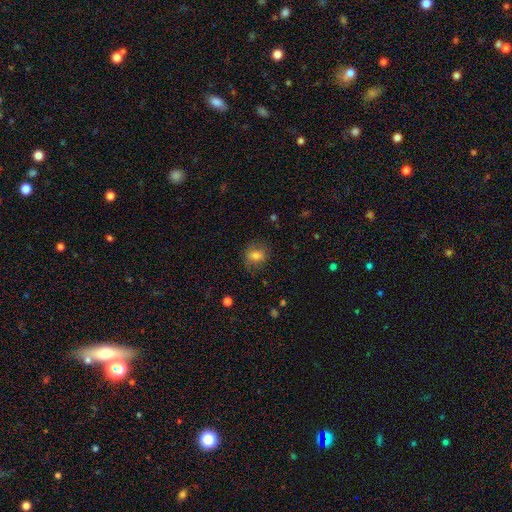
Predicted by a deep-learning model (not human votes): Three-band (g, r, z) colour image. It shows a smooth galaxy with no disk features (75%) that is round (50%). Merging: none (77%).